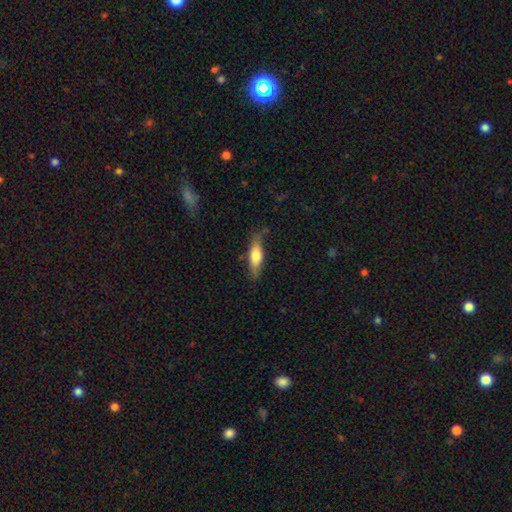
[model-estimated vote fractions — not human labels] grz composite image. It shows a smooth galaxy with no disk features (64%) that is cigar-shaped (52%). Merging: none (76%).